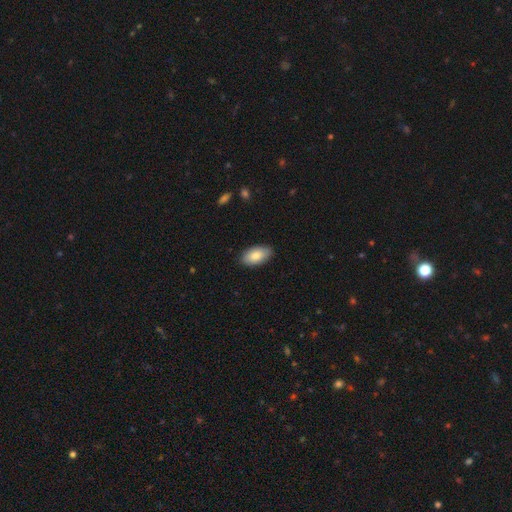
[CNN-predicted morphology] This appears to be a smooth galaxy with no disk features (85%) that is in between round and cigar-shaped (95%). Merging: none (87%).